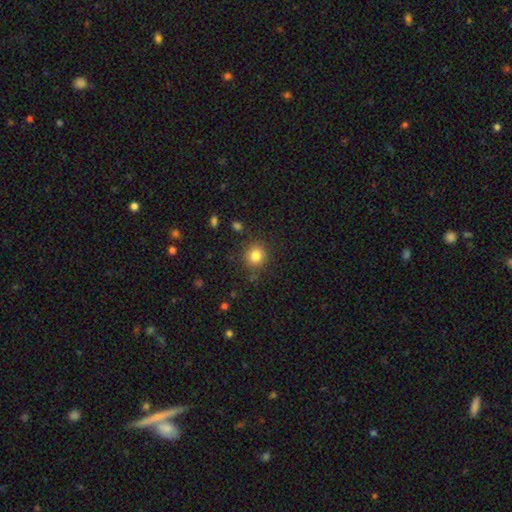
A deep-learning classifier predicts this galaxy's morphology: A smooth galaxy with no disk features (83%) that is round (86%).

Vote fractions:
- Smooth or featured? smooth: 83% / star or artifact: 12% / featured or disk: 6%
- How rounded? round: 86% / in between: 13% / cigar-shaped: 1%
- Merging? none: 85% / minor disturbance: 9% / major disturbance: 3% / merger: 2%